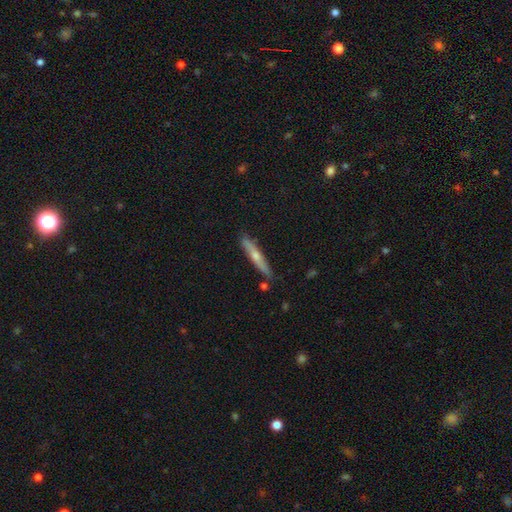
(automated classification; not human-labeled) Overall: featured or disk (49%; smooth 45%). Merging: none (83%).